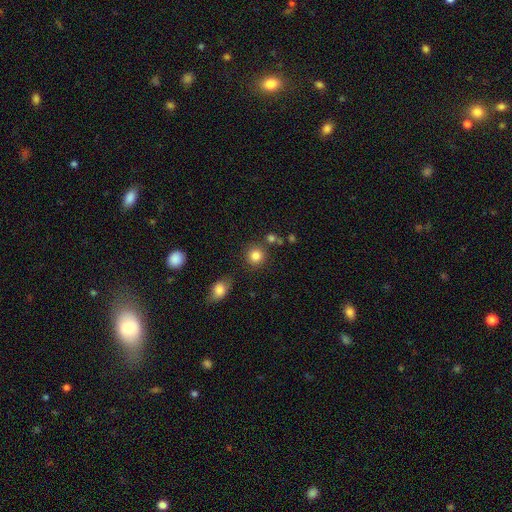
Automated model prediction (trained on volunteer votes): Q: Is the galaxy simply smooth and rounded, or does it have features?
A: smooth — 84%.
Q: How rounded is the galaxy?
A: round — 90%.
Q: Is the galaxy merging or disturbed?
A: none — 80%.